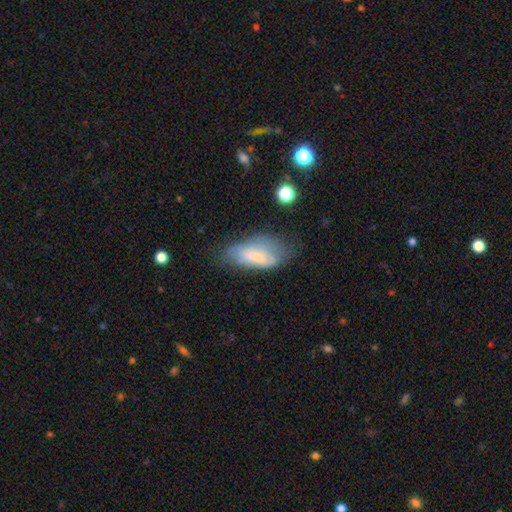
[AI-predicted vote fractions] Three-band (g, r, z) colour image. It shows a smooth galaxy with no disk features (62%) that is in between round and cigar-shaped (87%). Merging: none (42%).